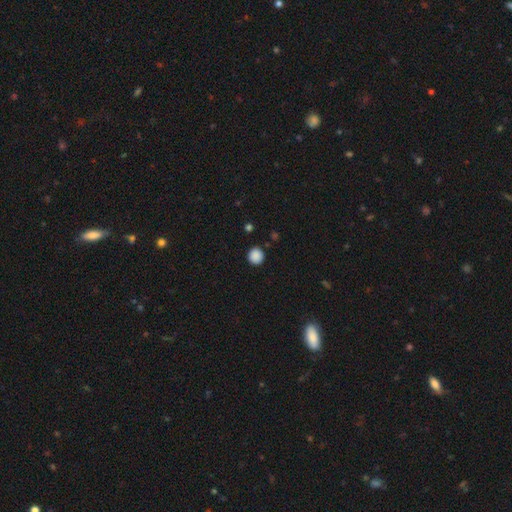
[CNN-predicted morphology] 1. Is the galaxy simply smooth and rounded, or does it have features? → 88% smooth, 9% star or artifact, 3% featured or disk.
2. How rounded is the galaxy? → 93% round, 6% in between, 1% cigar-shaped.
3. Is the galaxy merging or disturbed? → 90% none, 6% minor disturbance, 2% major disturbance, 2% merger.